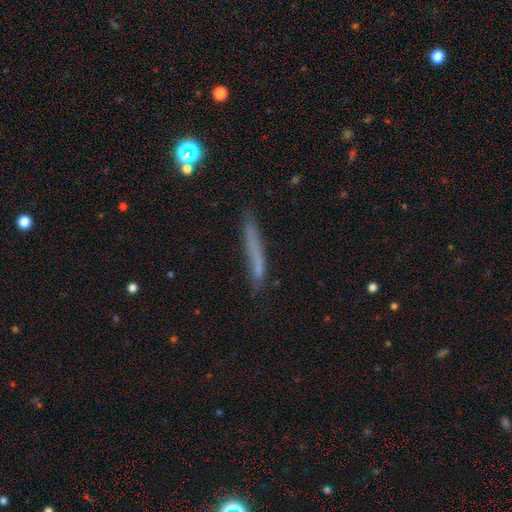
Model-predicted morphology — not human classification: Overall: smooth (59%; featured or disk 28%). How rounded: cigar-shaped (94%). Merging: none (74%).